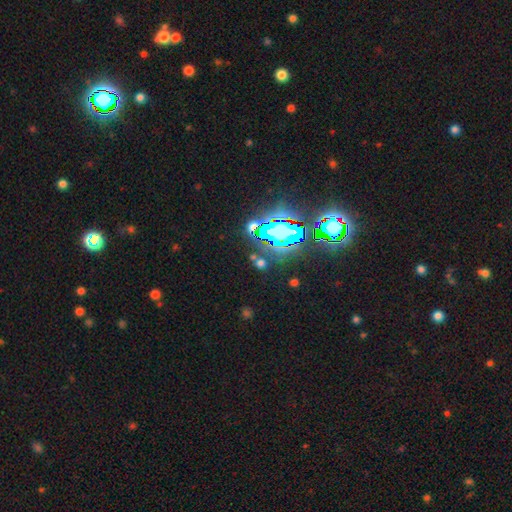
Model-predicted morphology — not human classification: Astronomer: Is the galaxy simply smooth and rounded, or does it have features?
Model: star or artifact — 71%.